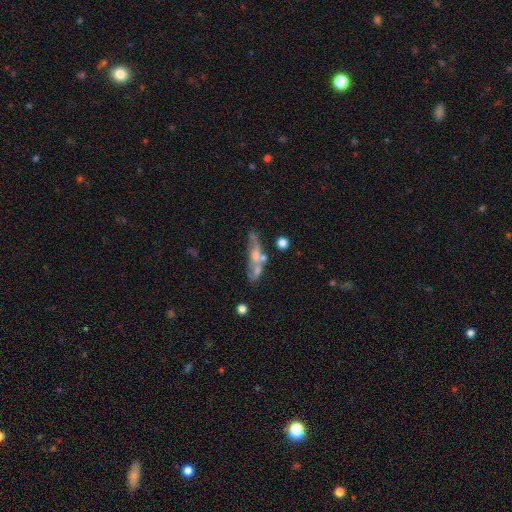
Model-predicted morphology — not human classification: smooth_or_featured: featured or disk (p=0.54) [alt: smooth p=0.34]
disk_edge_on: no (p=0.63) [alt: yes p=0.37]
merging: none (p=0.37) [alt: merger p=0.31]